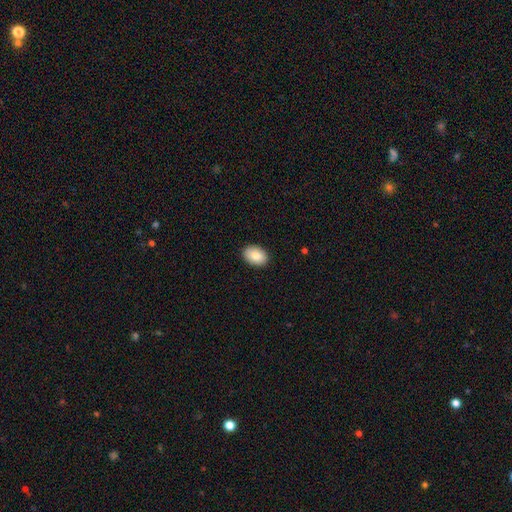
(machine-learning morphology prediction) Q: Smooth or featured?
A: smooth (85%); runner-up: featured or disk (8%)
Q: How rounded?
A: in between (80%); runner-up: round (19%)
Q: Merging?
A: none (90%); runner-up: minor disturbance (7%)